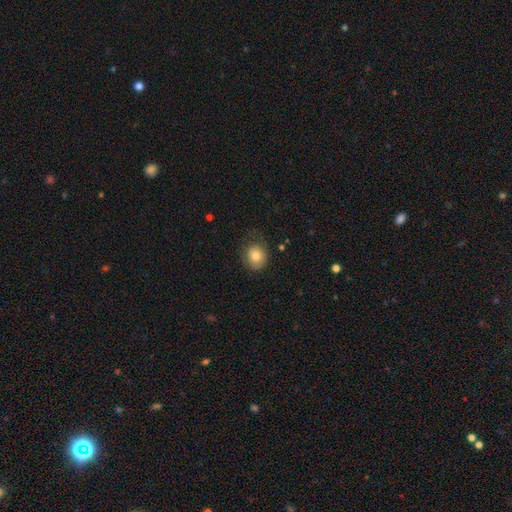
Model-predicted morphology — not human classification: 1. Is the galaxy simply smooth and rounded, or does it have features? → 78% smooth, 13% featured or disk, 9% star or artifact.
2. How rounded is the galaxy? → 73% round, 26% in between, 1% cigar-shaped.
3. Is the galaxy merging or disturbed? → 63% none, 25% minor disturbance, 11% major disturbance, 1% merger.